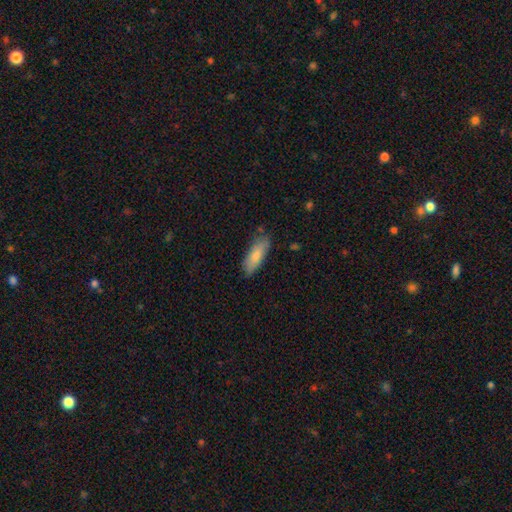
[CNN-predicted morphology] smooth 79%, featured or disk 15%, star or artifact 6%. Down the decision tree: how rounded — in between (61%); merging — none (77%).